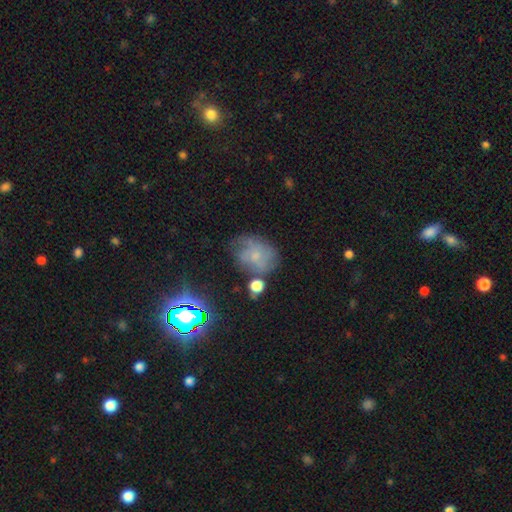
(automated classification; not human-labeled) smooth 42%, featured or disk 39%, star or artifact 19%. Down the decision tree: merging — none (45%).